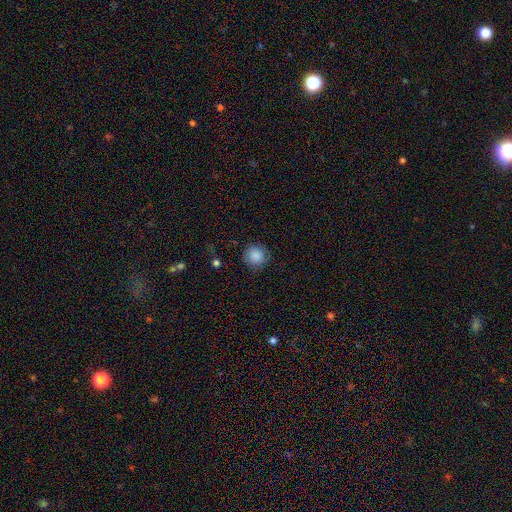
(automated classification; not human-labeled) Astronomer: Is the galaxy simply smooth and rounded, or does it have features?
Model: smooth — 85%.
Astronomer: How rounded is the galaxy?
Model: round — 93%.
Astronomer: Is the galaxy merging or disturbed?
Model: none — 84%.